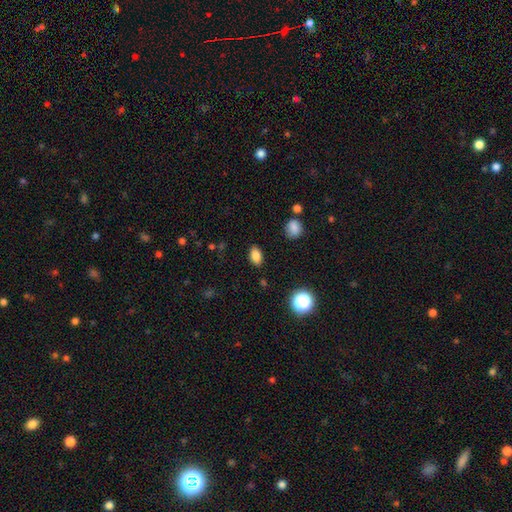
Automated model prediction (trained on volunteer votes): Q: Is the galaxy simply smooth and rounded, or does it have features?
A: smooth — 84%.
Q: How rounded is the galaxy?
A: in between — 86%.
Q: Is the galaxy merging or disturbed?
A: none — 87%.